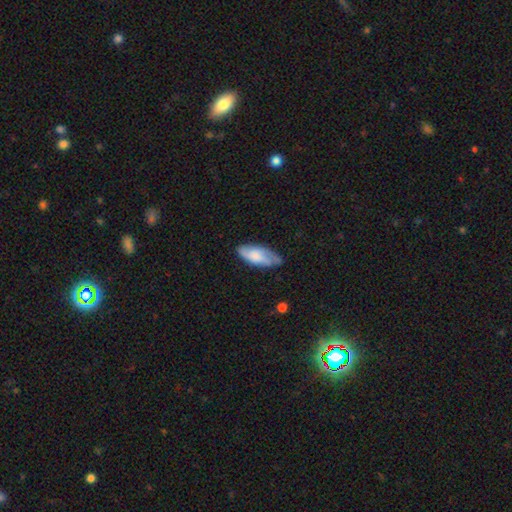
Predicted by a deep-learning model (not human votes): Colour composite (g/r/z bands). It shows a smooth galaxy with no disk features (61%) that is in between round and cigar-shaped (79%). Merging: none (60%).